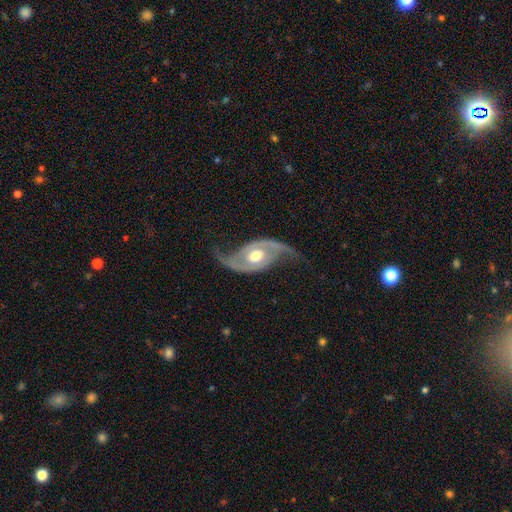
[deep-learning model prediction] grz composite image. It shows a featured or disk galaxy (92%) with no bar (63%), 2 (94%) loose (49%) spiral arms (97%) and a moderate central bulge (75%). Merging: none (72%).